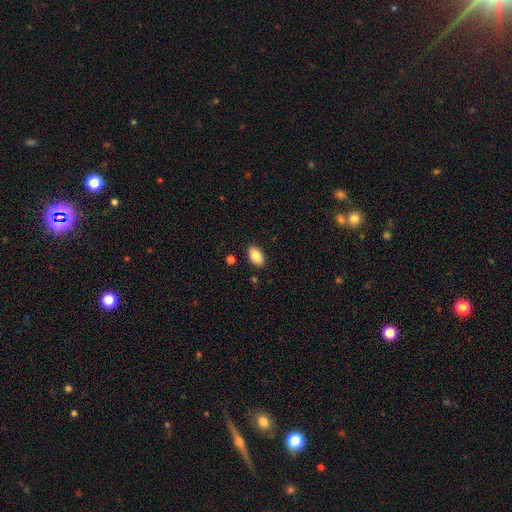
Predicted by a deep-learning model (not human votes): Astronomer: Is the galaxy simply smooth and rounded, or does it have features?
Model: smooth — 85%.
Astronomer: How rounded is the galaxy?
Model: in between — 92%.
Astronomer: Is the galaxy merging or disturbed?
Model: none — 88%.